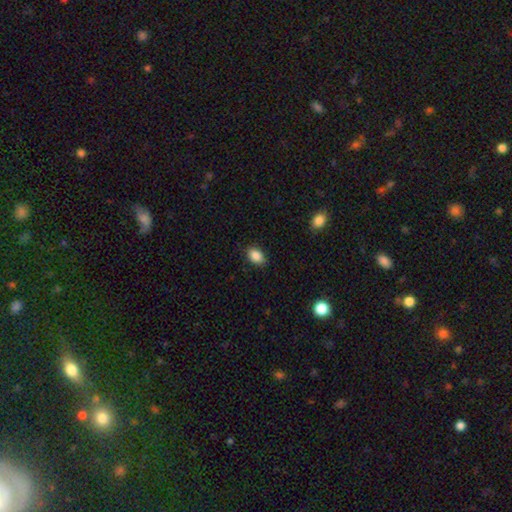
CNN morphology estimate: Smooth or featured? Predicted: smooth (p=0.88). How rounded? Predicted: in between (p=0.87). Merging? Predicted: none (p=0.86).